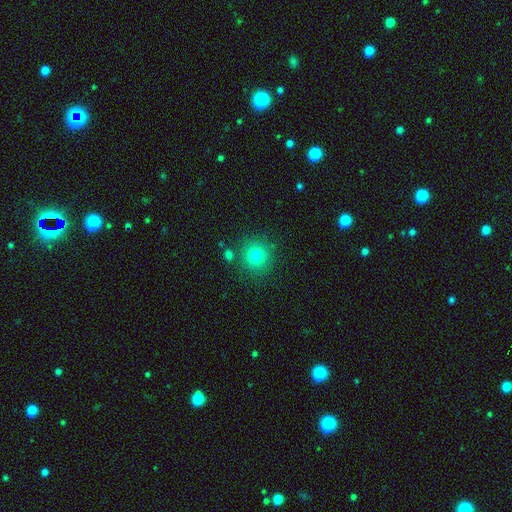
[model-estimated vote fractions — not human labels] Smooth or featured: smooth — 79% (star or artifact — 14%)
How rounded: round — 92% (in between — 7%)
Merging: none — 84% (minor disturbance — 8%)